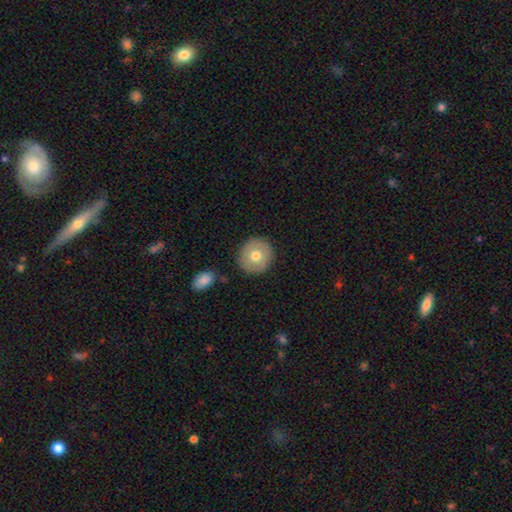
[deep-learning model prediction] Smooth or featured? smooth (68%)
How rounded? round (90%)
Merging? none (86%)